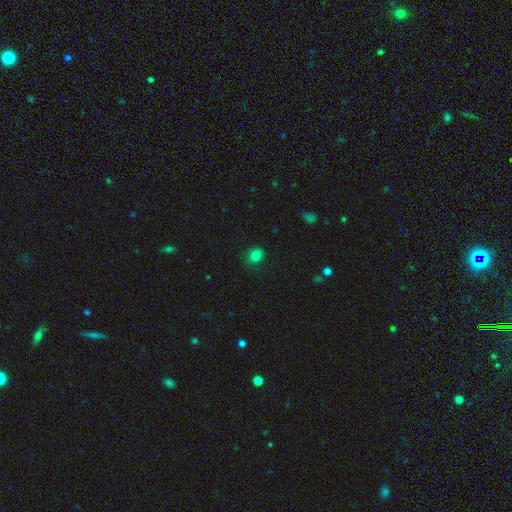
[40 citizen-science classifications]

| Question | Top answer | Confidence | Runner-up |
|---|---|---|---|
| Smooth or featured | smooth | 80% | featured or disk (10%) |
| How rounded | round | 66% | in between (31%) |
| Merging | none | 75% | minor disturbance (22%) |